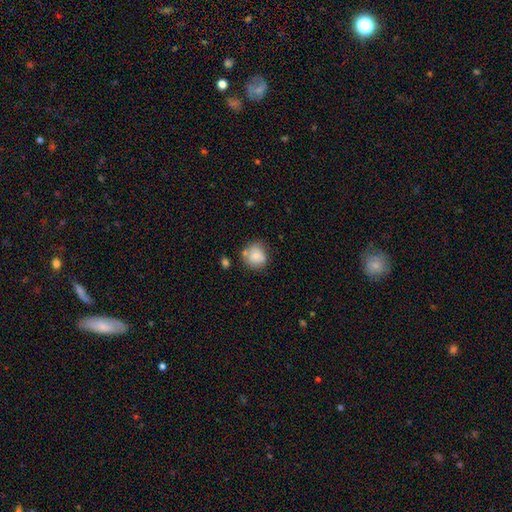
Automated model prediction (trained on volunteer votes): This is likely a smooth galaxy (78%). How rounded: clearly round (85%). Merging: likely none (66%).